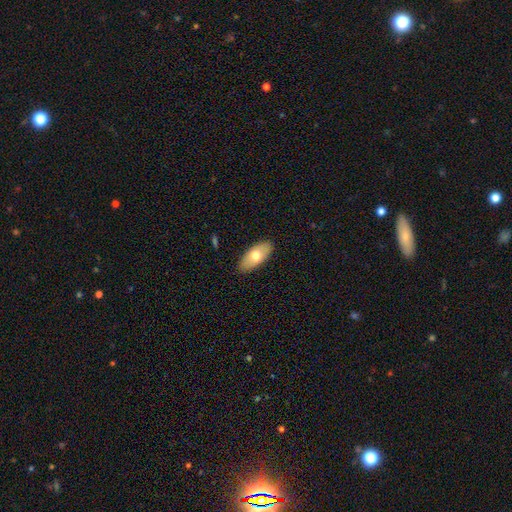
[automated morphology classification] type=smooth (69%); roundness=in between (90%); merging=none (88%).